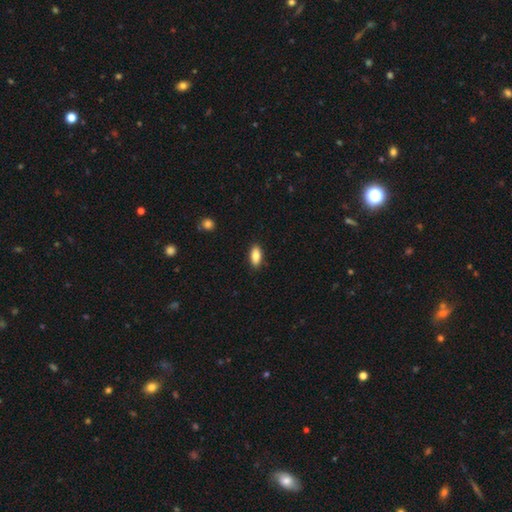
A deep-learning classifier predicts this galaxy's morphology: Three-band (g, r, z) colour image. It shows a smooth galaxy with no disk features (86%) that is in between round and cigar-shaped (89%). Merging: none (88%).